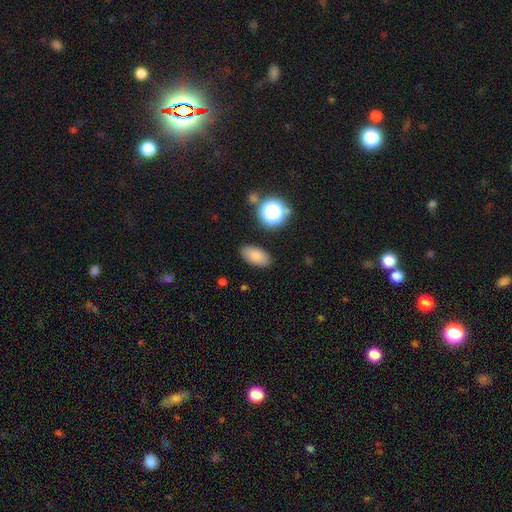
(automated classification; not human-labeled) This appears to be a smooth galaxy with no disk features (80%) that is in between round and cigar-shaped (90%). Merging: none (85%).